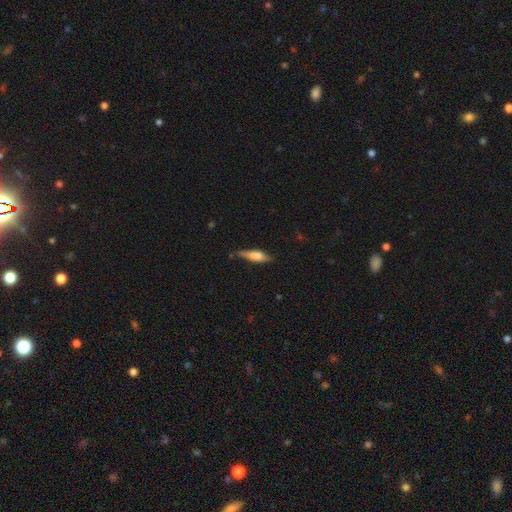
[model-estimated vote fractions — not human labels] This is likely a smooth galaxy (63%). How rounded: likely cigar-shaped (64%). Merging: likely none (62%).